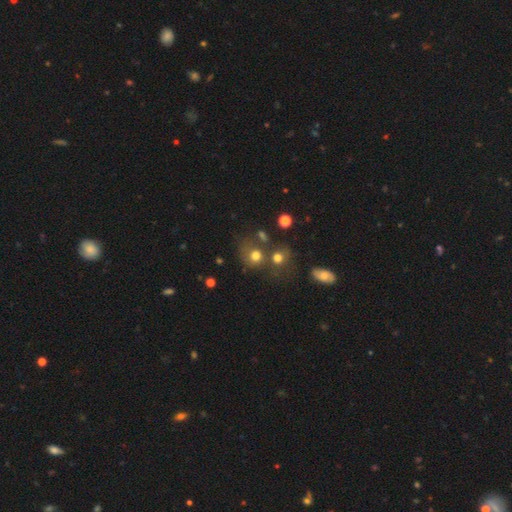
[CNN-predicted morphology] smooth_or_featured: smooth (p=0.71) [alt: star or artifact p=0.17]
how_rounded: round (p=0.77) [alt: in between p=0.22]
merging: none (p=0.48) [alt: merger p=0.28]